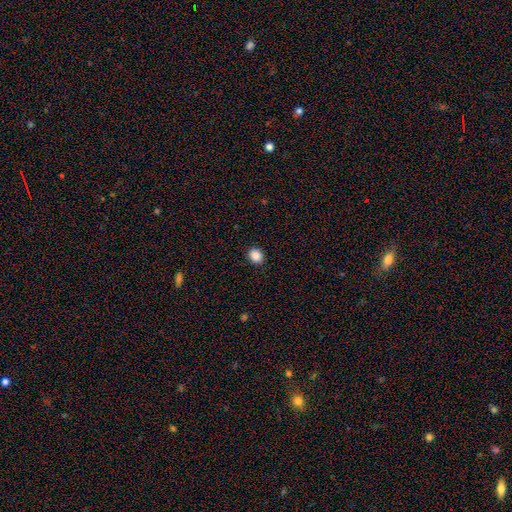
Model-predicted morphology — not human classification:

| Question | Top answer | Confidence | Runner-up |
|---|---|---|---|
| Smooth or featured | smooth | 88% | star or artifact (10%) |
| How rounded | round | 71% | in between (28%) |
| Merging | none | 91% | minor disturbance (6%) |